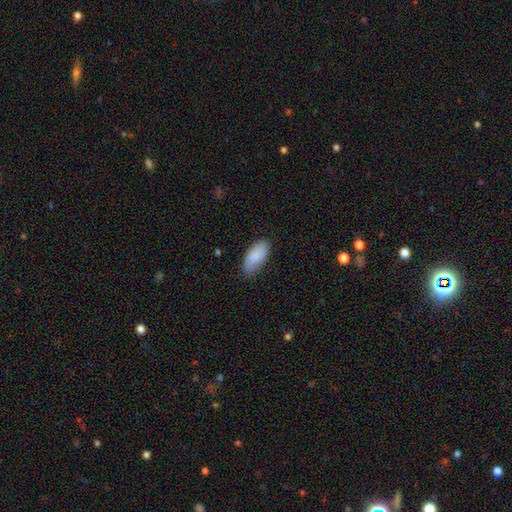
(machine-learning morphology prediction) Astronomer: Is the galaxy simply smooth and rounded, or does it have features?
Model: smooth — 88%.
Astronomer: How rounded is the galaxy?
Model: in between — 90%.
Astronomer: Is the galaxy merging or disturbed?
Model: none — 80%.